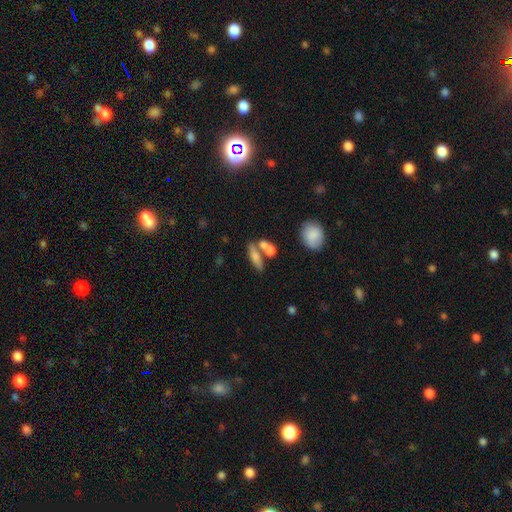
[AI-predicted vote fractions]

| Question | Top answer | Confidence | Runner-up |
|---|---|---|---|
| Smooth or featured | smooth | 58% | featured or disk (30%) |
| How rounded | cigar-shaped | 51% | in between (41%) |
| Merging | none | 53% | merger (32%) |